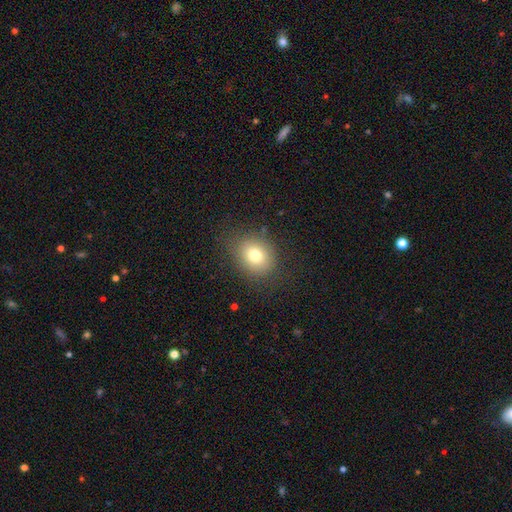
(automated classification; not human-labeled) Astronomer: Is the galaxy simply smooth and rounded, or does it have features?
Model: smooth — 74%.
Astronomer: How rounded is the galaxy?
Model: round — 58% (runner-up: in between, 41%).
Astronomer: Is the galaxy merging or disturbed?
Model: none — 87%.